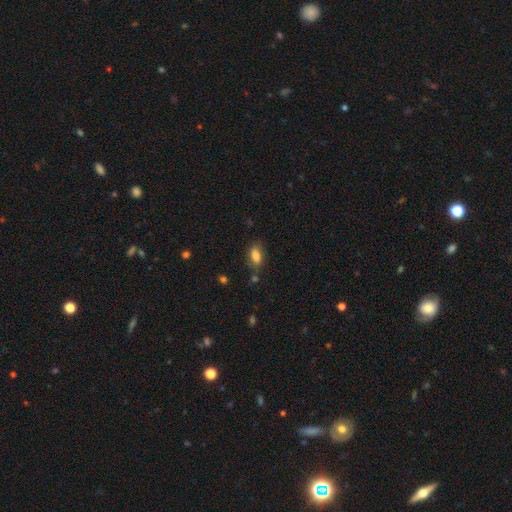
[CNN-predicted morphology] A smooth galaxy with no disk features (82%) that is in between round and cigar-shaped (88%).

Vote fractions:
- Smooth or featured? smooth: 82% / star or artifact: 9% / featured or disk: 9%
- How rounded? in between: 88% / cigar-shaped: 6% / round: 6%
- Merging? none: 73% / minor disturbance: 18% / major disturbance: 5% / merger: 5%